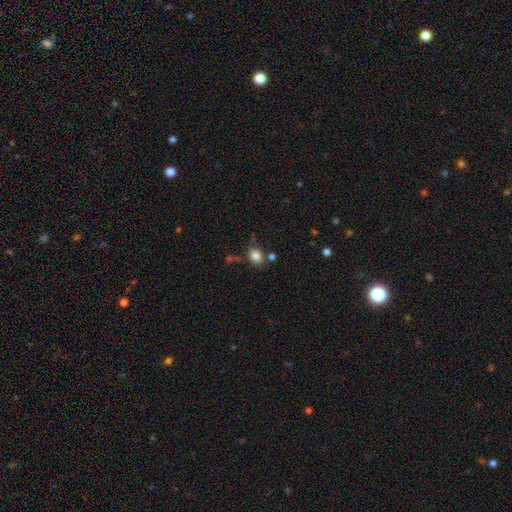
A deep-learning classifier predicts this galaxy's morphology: The model was most divided on "how rounded": round: 65%, in between: 34%, cigar-shaped: 1%. More confident: smooth or featured — smooth (83%); merging — none (73%).